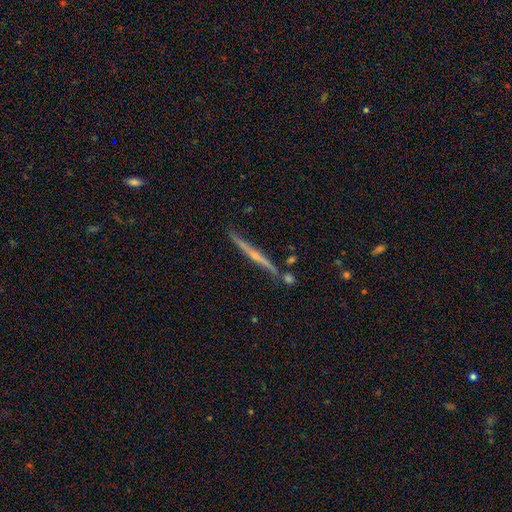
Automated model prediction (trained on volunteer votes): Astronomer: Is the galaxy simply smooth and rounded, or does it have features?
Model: featured or disk — 77%.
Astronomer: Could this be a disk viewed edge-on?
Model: yes — 97%.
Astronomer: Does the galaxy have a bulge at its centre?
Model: rounded — 68%.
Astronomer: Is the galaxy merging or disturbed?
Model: none — 82%.